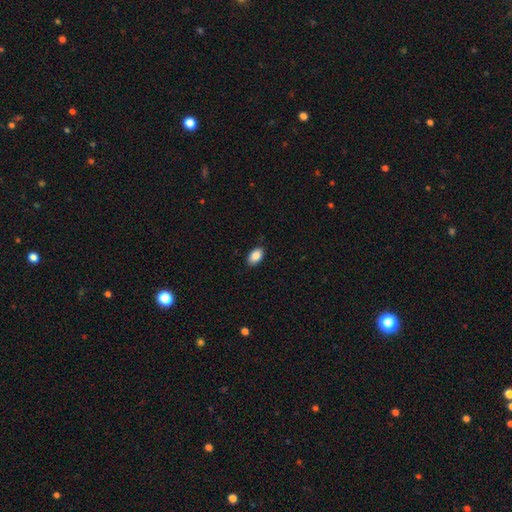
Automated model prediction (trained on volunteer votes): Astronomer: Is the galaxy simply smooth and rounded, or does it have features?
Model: smooth — 88%.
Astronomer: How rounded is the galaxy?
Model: in between — 92%.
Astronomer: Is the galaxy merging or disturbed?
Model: none — 87%.